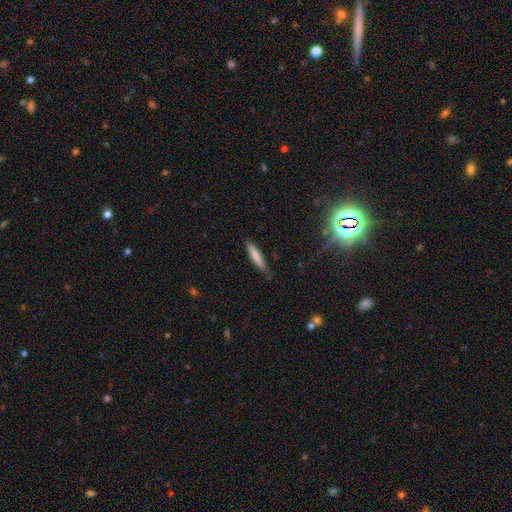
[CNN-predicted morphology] This appears to be a smooth galaxy with no disk features (76%) that is cigar-shaped (89%). Merging: none (78%).